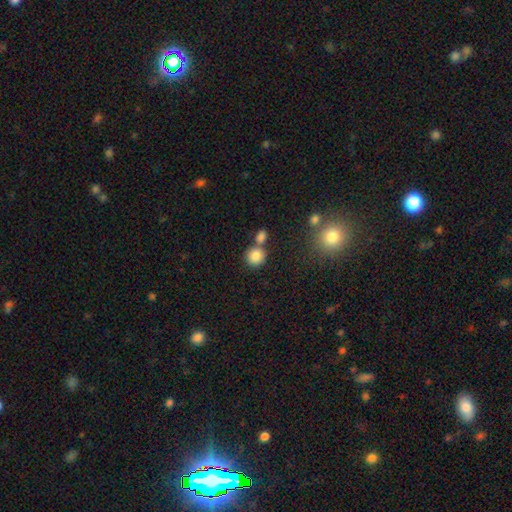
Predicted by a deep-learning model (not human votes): A smooth galaxy with no disk features (84%) that is round (88%). Merging: none (58%).